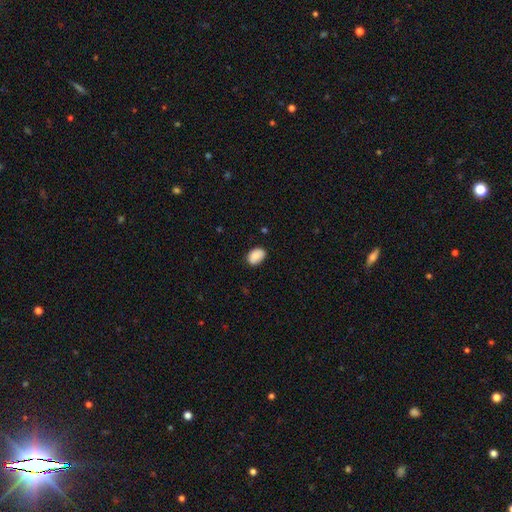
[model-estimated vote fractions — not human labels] Smooth or featured?
  - smooth: 86% *
  - star or artifact: 7%
  - featured or disk: 6%
How rounded?
  - in between: 80% *
  - round: 19%
  - cigar-shaped: 1%
Merging?
  - none: 78% *
  - minor disturbance: 18%
  - major disturbance: 3%
  - merger: 2%